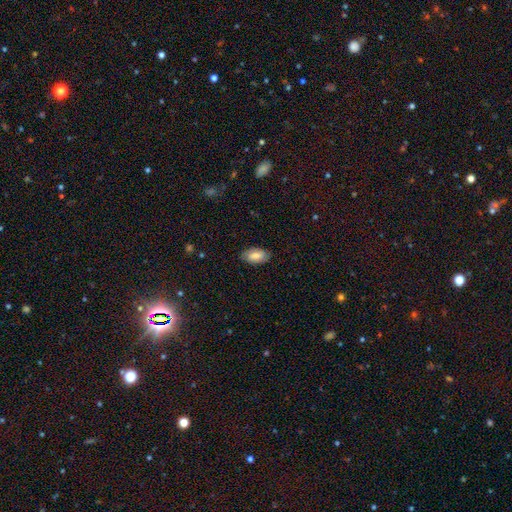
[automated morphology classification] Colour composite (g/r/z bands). It shows a smooth galaxy with no disk features (76%) that is in between round and cigar-shaped (94%). Merging: none (84%).